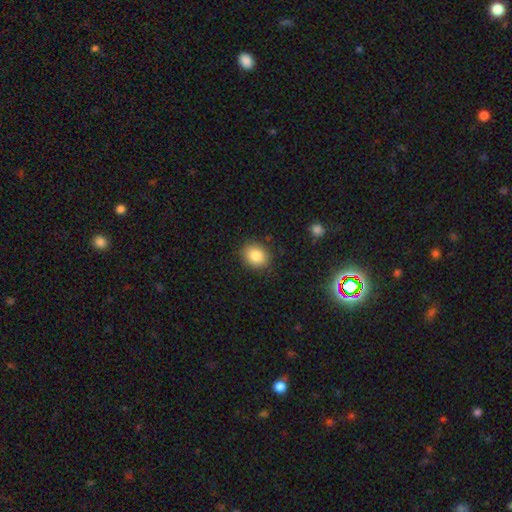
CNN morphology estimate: This appears to be a smooth galaxy with no disk features (85%) that is round (55%). Merging: none (85%).